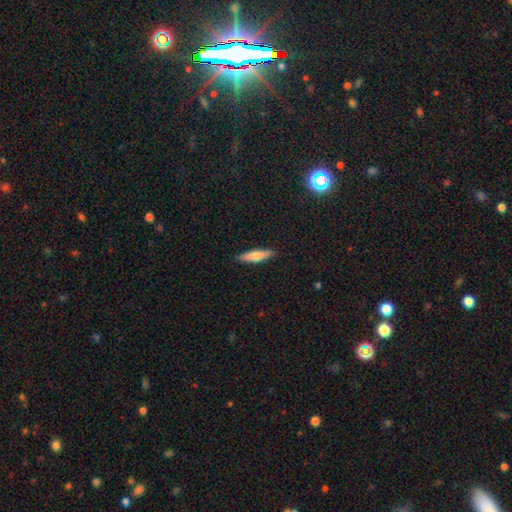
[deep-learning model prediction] Q: Smooth or featured?
A: smooth (62%); runner-up: featured or disk (32%)
Q: How rounded?
A: cigar-shaped (76%); runner-up: in between (23%)
Q: Merging?
A: none (90%); runner-up: minor disturbance (7%)